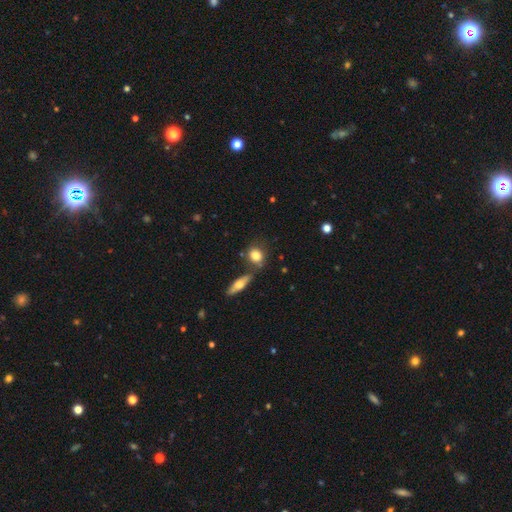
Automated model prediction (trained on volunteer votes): This is likely a smooth galaxy (79%). How rounded: possibly round (56%). Merging: likely none (64%).